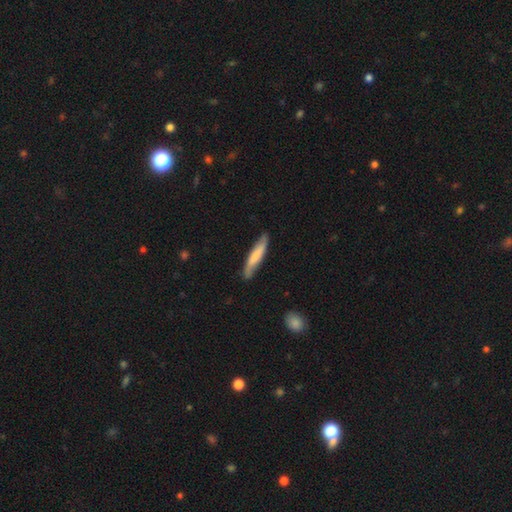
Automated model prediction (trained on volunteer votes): Smooth or featured? smooth (61%)
How rounded? cigar-shaped (87%)
Merging? none (81%)